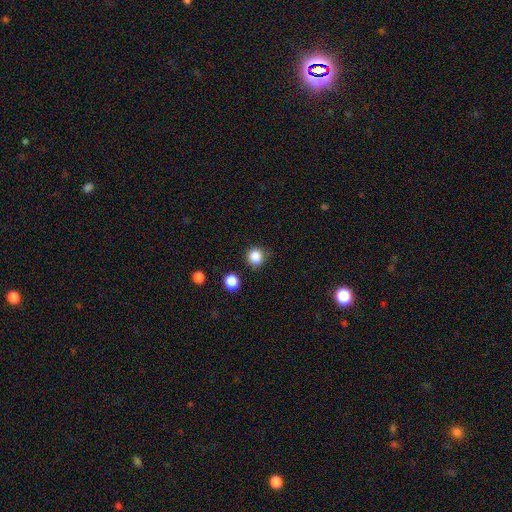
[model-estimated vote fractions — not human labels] smooth_or_featured: smooth (p=0.85) [alt: star or artifact p=0.11]
how_rounded: round (p=0.89) [alt: in between p=0.10]
merging: none (p=0.81) [alt: minor disturbance p=0.12]